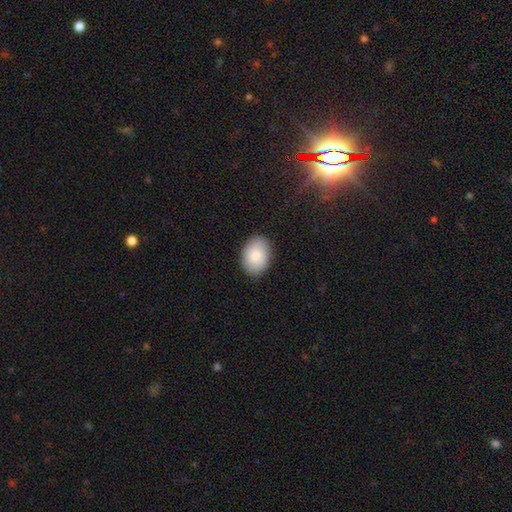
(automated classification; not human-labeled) Morphology: type=smooth (86%); roundness=in between (80%); merging=none (87%).